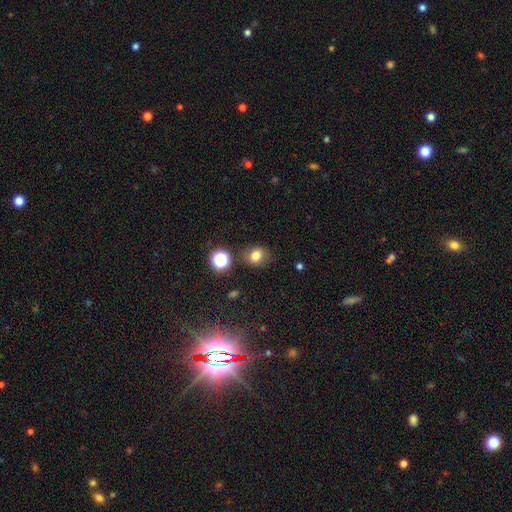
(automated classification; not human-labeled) A smooth galaxy with no disk features (77%) that is round (62%). Merging: none (77%).